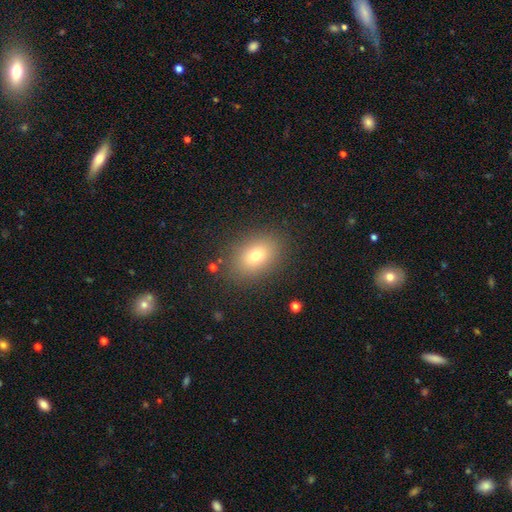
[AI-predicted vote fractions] Smooth or featured: smooth — 76% (star or artifact — 12%)
How rounded: in between — 75% (round — 24%)
Merging: none — 86% (minor disturbance — 9%)